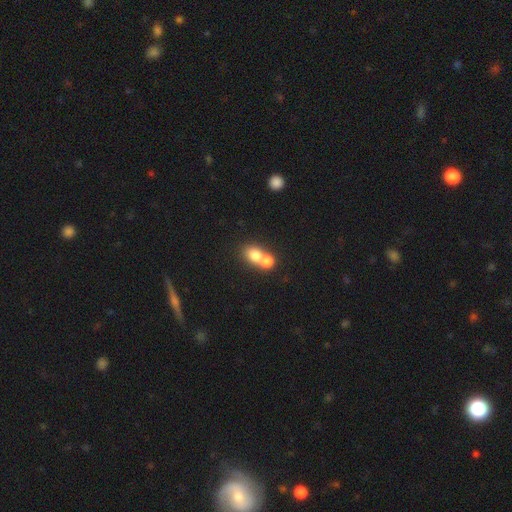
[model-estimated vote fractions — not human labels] This appears to be a smooth galaxy with no disk features (75%) that is round (62%). Merging: merger (66%).